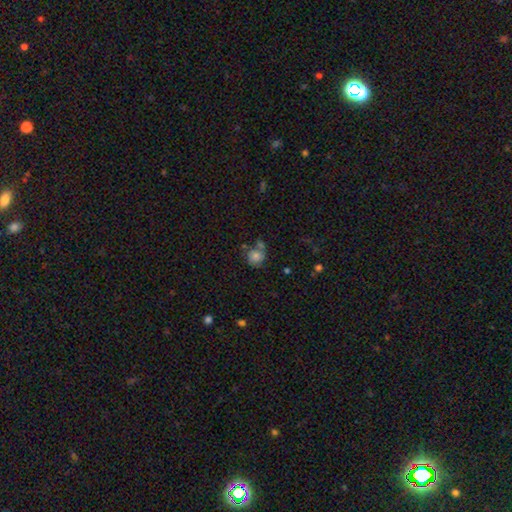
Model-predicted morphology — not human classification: type=smooth (76%); roundness=round (84%); merging=none (54%).